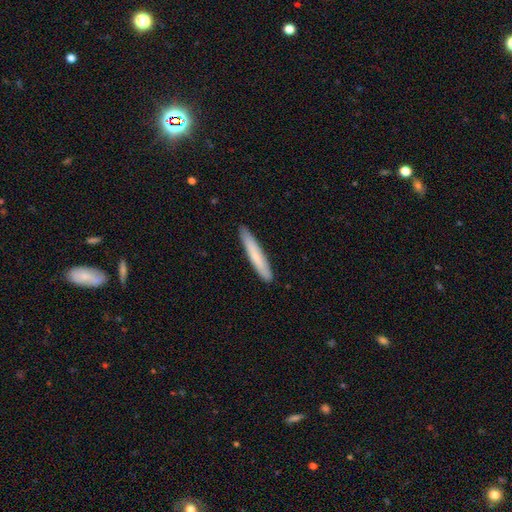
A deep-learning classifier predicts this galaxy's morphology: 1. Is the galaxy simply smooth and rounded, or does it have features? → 75% smooth, 19% featured or disk, 6% star or artifact.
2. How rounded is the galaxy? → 94% cigar-shaped, 5% in between, 1% round.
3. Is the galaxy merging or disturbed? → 90% none, 8% minor disturbance, 1% major disturbance, 1% merger.